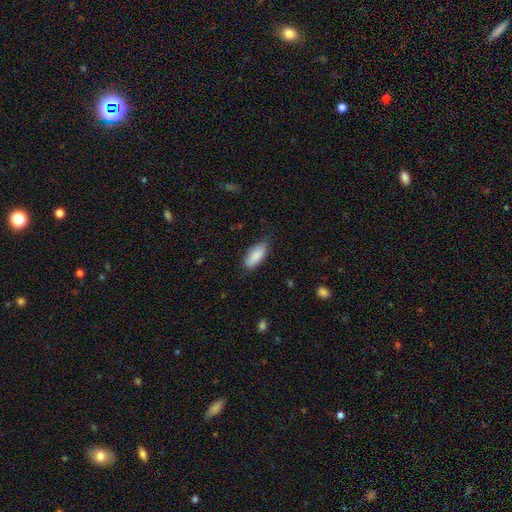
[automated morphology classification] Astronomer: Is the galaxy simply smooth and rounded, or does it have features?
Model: smooth — 87%.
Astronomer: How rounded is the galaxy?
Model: in between — 86%.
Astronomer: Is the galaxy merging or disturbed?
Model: none — 74%.